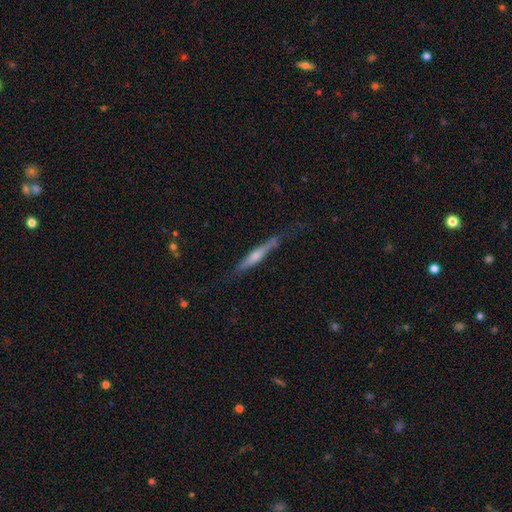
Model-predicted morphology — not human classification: Q: Smooth or featured?
A: featured or disk (61%); runner-up: smooth (32%)
Q: Edge-on disk?
A: yes (95%); runner-up: no (5%)
Q: Edge-on bulge?
A: rounded (66%); runner-up: none (24%)
Q: Merging?
A: none (66%); runner-up: minor disturbance (24%)